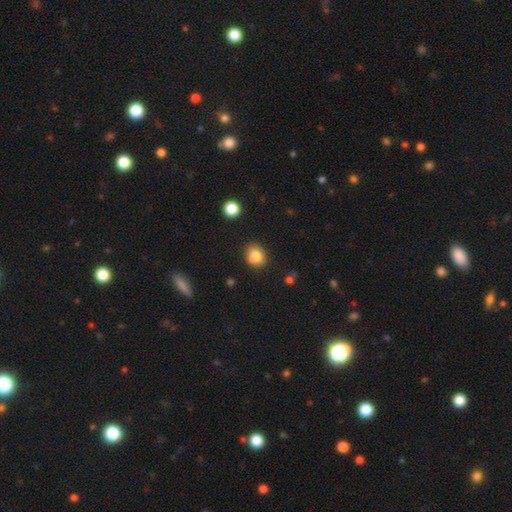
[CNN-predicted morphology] Smooth or featured? smooth (81%)
How rounded? round (65%)
Merging? none (72%)